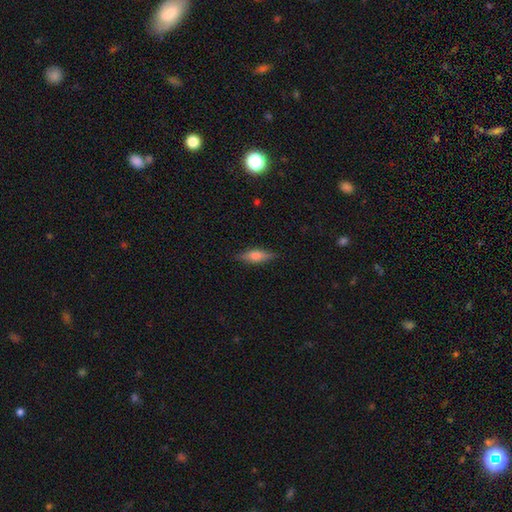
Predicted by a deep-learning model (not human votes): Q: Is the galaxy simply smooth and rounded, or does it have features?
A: smooth — 56%.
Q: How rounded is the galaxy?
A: in between — 50%.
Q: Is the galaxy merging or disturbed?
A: none — 86%.